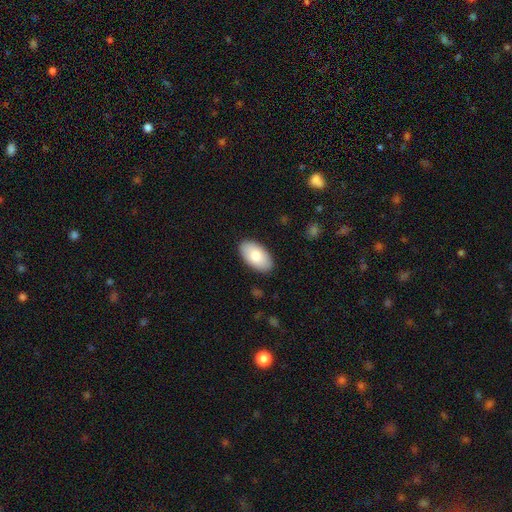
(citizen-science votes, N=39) smooth_or_featured: smooth (p=0.87) [alt: featured or disk p=0.13]
how_rounded: in between (p=0.97) [alt: round p=0.03]
merging: none (p=0.79) [alt: minor disturbance p=0.10]